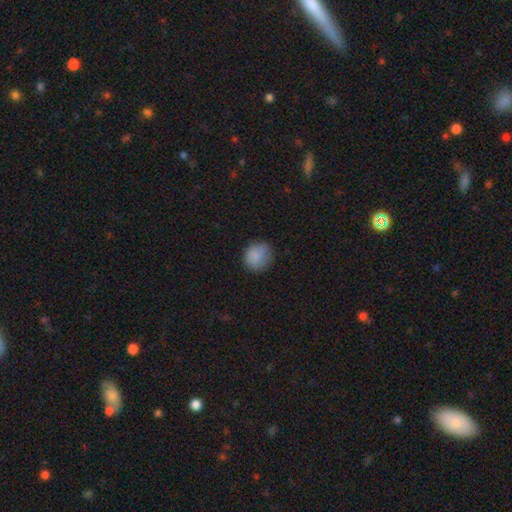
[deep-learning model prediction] smooth_or_featured: smooth (p=0.85) [alt: star or artifact p=0.09]
how_rounded: round (p=0.80) [alt: in between p=0.19]
merging: none (p=0.76) [alt: minor disturbance p=0.19]